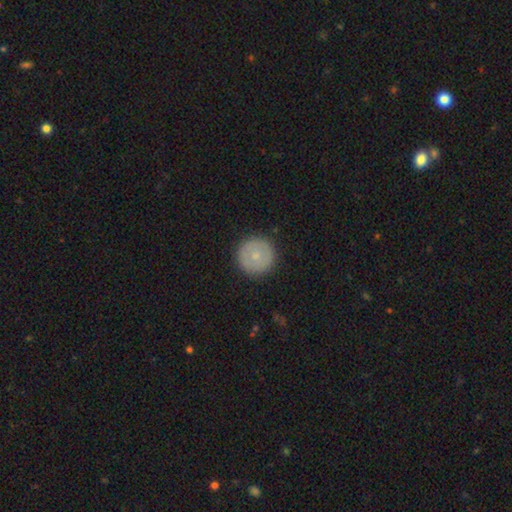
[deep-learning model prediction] Smooth or featured? Predicted: smooth (p=0.68). How rounded? Predicted: round (p=0.96). Merging? Predicted: none (p=0.92).